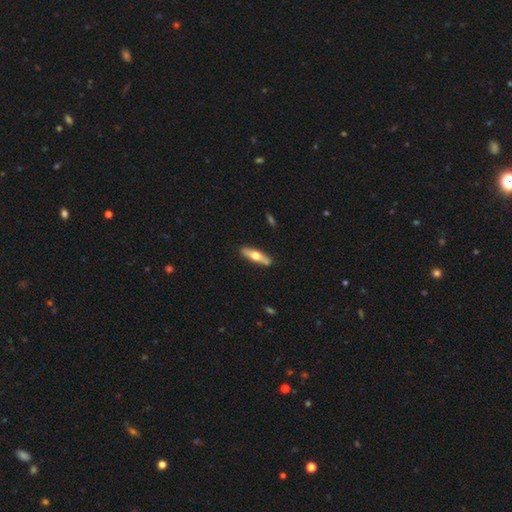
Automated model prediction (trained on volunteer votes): A featured or disk galaxy (48%).

Vote fractions:
- Smooth or featured? featured or disk: 48% / smooth: 47% / star or artifact: 5%
- Merging? none: 88% / minor disturbance: 9% / major disturbance: 2% / merger: 2%